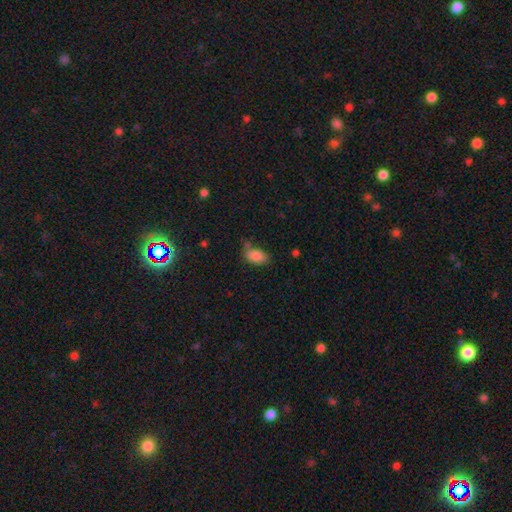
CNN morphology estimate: Overall: smooth (85%). How rounded: in between (91%). Merging: none (68%).